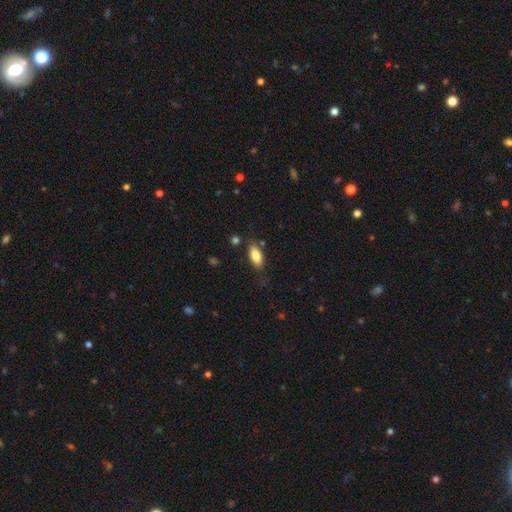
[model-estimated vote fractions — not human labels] smooth 83%, featured or disk 11%, star or artifact 7%. Down the decision tree: how rounded — in between (86%); merging — none (76%).